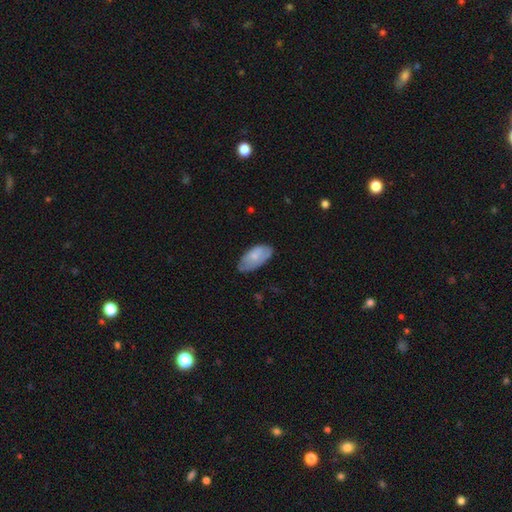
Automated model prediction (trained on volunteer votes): A smooth galaxy with no disk features (75%) that is in between round and cigar-shaped (93%). Merging: none (64%).